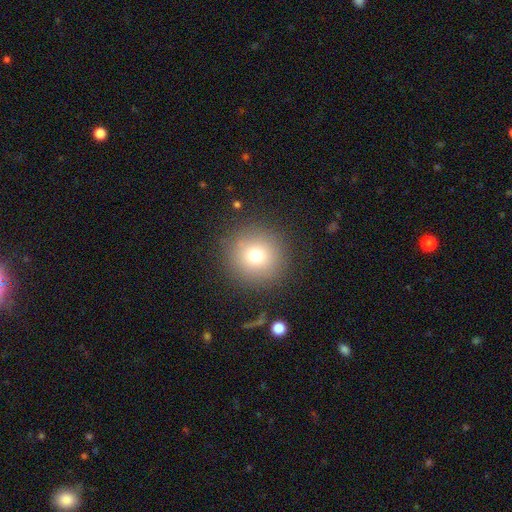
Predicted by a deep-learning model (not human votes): Smooth or featured?
  - smooth: 73% *
  - star or artifact: 15%
  - featured or disk: 11%
How rounded?
  - round: 96% *
  - in between: 4%
  - cigar-shaped: 1%
Merging?
  - none: 88% *
  - minor disturbance: 7%
  - major disturbance: 4%
  - merger: 2%